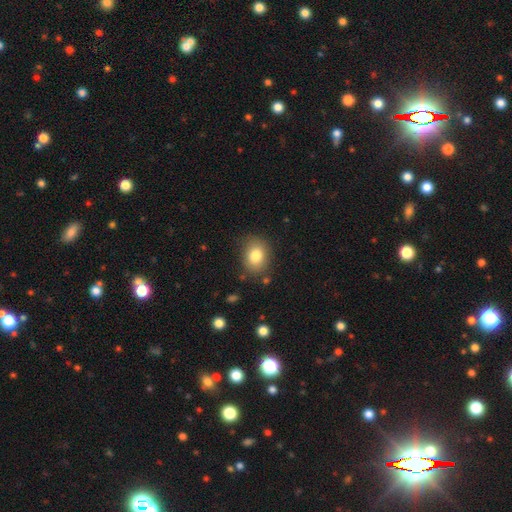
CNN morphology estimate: This appears to be a smooth galaxy with no disk features (82%) that is in between round and cigar-shaped (57%). Merging: none (82%).